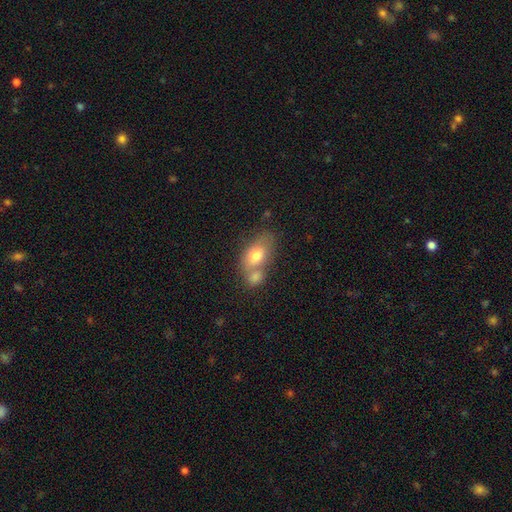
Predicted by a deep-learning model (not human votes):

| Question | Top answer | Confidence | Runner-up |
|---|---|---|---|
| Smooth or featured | smooth | 73% | featured or disk (19%) |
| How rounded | in between | 85% | round (12%) |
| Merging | merger | 51% | none (33%) |